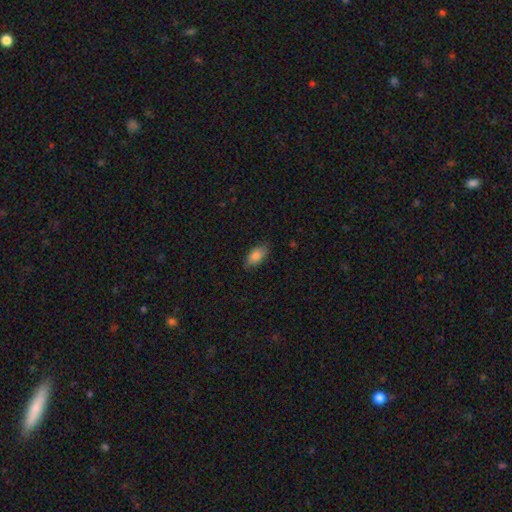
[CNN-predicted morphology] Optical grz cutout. It shows a smooth galaxy with no disk features (83%) that is in between round and cigar-shaped (91%). Merging: none (79%).